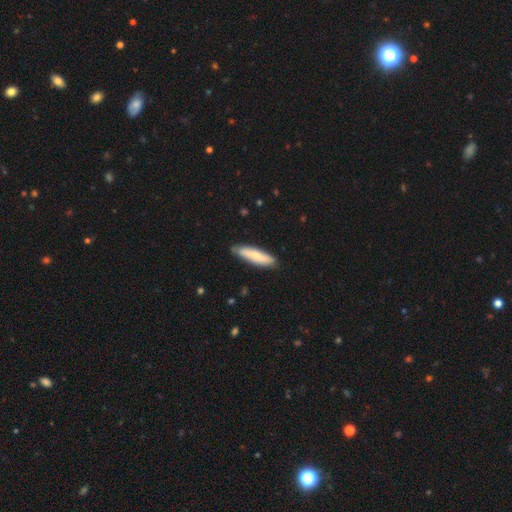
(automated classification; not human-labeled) A smooth galaxy with no disk features (68%) that is cigar-shaped (70%).

Vote fractions:
- Smooth or featured? smooth: 68% / featured or disk: 27% / star or artifact: 5%
- How rounded? cigar-shaped: 70% / in between: 29% / round: 2%
- Merging? none: 84% / minor disturbance: 13% / major disturbance: 2% / merger: 1%